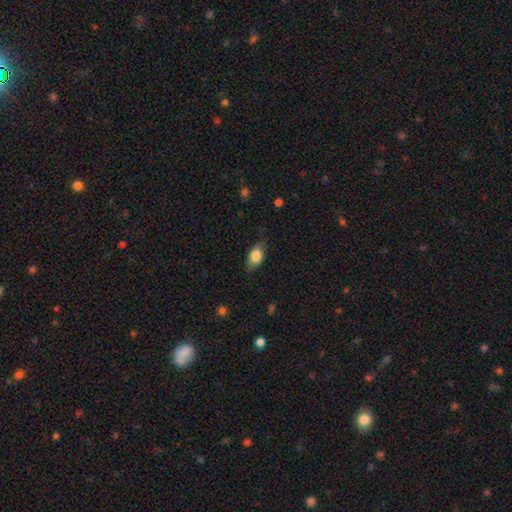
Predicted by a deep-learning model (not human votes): A smooth galaxy with no disk features (78%) that is in between round and cigar-shaped (85%). Merging: none (72%).